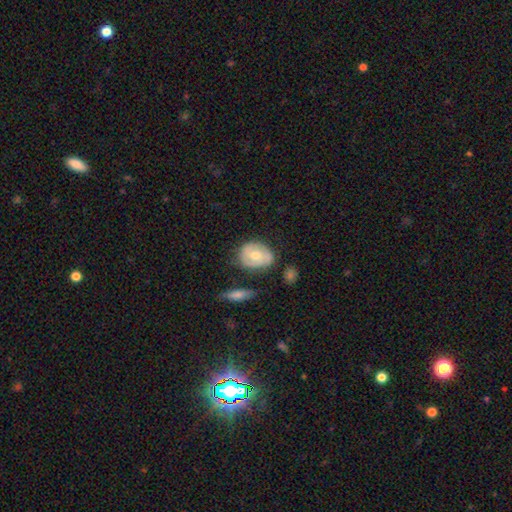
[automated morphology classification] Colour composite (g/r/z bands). It shows a smooth galaxy with no disk features (52%) that is in between round and cigar-shaped (55%). Merging: none (64%).